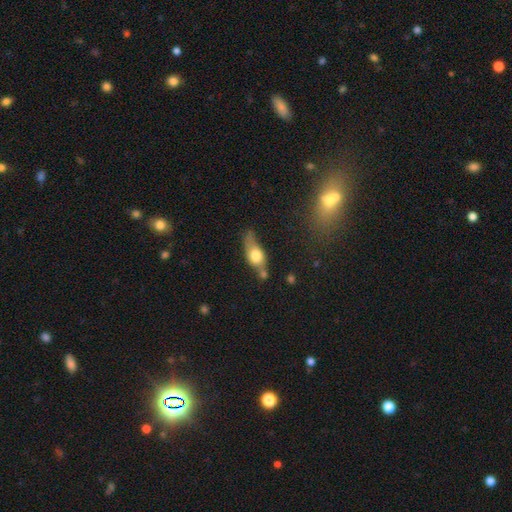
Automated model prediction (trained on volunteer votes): Overall: smooth (59%; featured or disk 34%). How rounded: in between (66%). Merging: none (43%; minor disturbance 29%).